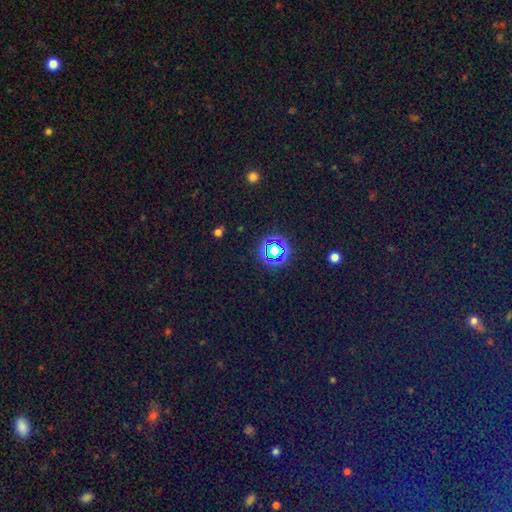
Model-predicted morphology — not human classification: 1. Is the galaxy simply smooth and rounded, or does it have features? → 69% star or artifact, 24% smooth, 6% featured or disk.